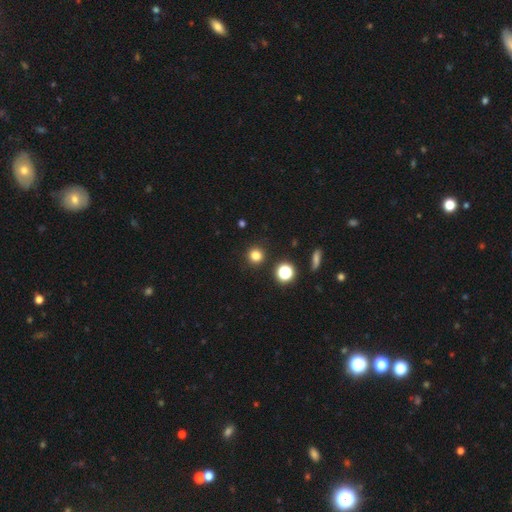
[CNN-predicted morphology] The model was most divided on "smooth or featured": smooth: 80%, star or artifact: 15%, featured or disk: 5%. More confident: how rounded — round (93%); merging — none (91%).